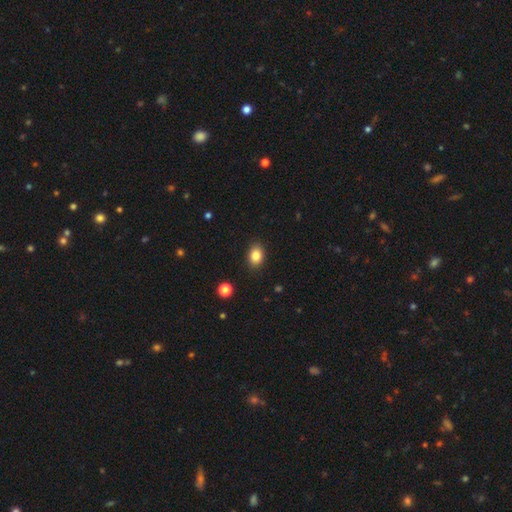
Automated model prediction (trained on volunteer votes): Q: Smooth or featured?
A: smooth (85%); runner-up: star or artifact (9%)
Q: How rounded?
A: in between (73%); runner-up: round (26%)
Q: Merging?
A: none (87%); runner-up: minor disturbance (9%)